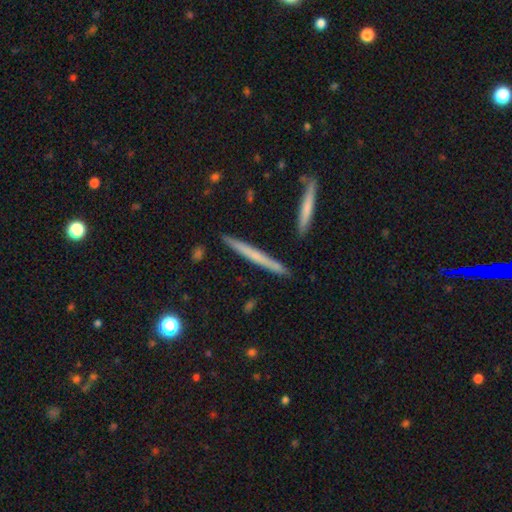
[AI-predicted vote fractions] Smooth or featured? Predicted: smooth (p=0.47, tied with featured or disk). Merging? Predicted: none (p=0.89).